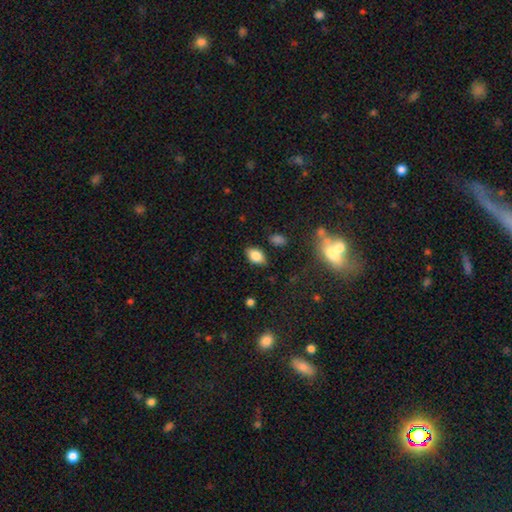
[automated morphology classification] Smooth or featured?
  - smooth: 80% *
  - featured or disk: 10%
  - star or artifact: 10%
How rounded?
  - in between: 89% *
  - round: 8%
  - cigar-shaped: 3%
Merging?
  - none: 82% *
  - minor disturbance: 13%
  - major disturbance: 3%
  - merger: 2%